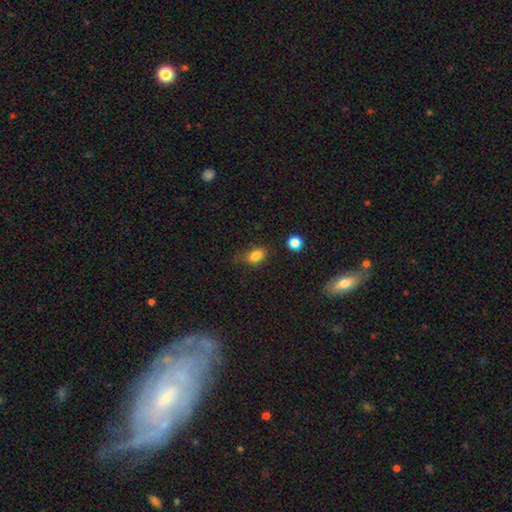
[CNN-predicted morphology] A smooth galaxy with no disk features (83%) that is in between round and cigar-shaped (82%). Merging: none (64%).